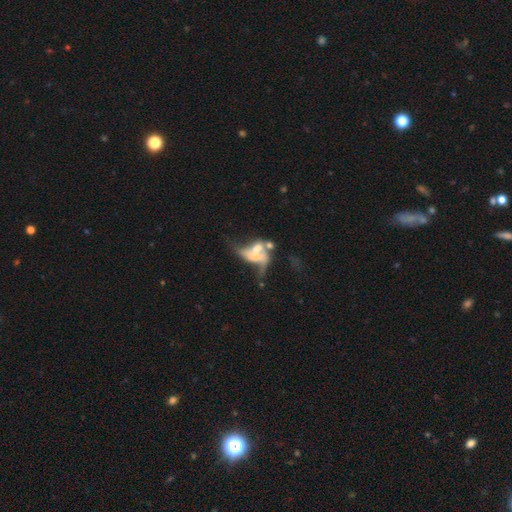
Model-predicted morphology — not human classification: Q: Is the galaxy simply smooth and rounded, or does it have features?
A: featured or disk — 59%.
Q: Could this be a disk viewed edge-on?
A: no — 95%.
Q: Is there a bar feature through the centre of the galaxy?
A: no — 76%.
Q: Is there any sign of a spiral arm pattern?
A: no — 69%.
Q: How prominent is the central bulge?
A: moderate — 39%.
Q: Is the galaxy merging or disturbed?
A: merger — 57%.